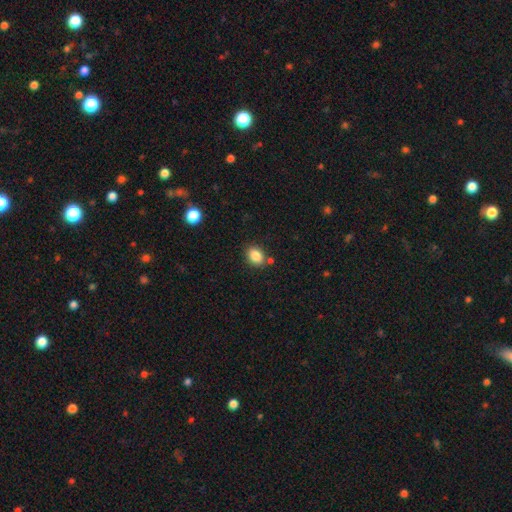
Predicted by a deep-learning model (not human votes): Smooth or featured? Predicted: smooth (p=0.85). How rounded? Predicted: in between (p=0.69). Merging? Predicted: none (p=0.77).